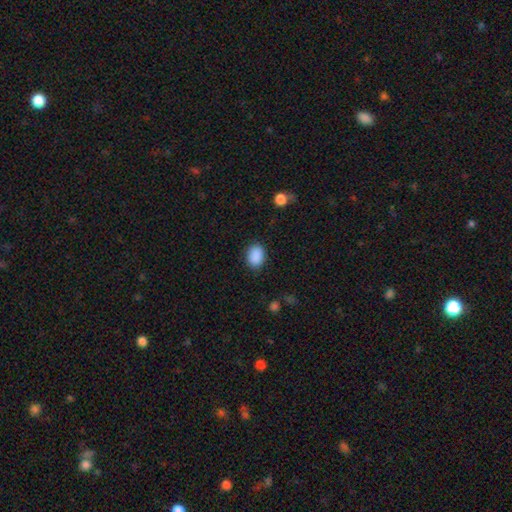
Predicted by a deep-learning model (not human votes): Morphology: type=smooth (89%); roundness=in between (67%); merging=none (86%).